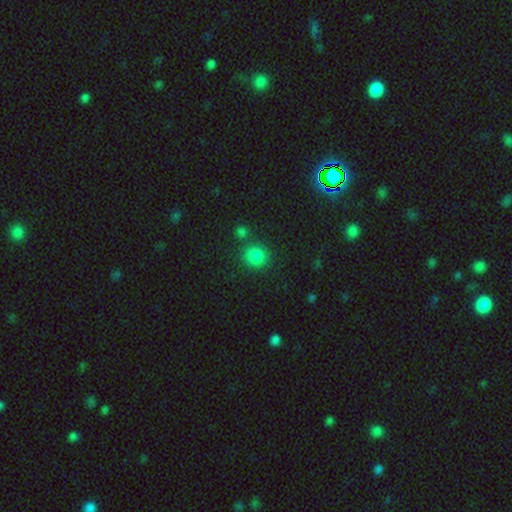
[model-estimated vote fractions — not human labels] Q: Smooth or featured?
A: smooth (83%); runner-up: star or artifact (14%)
Q: How rounded?
A: round (88%); runner-up: in between (11%)
Q: Merging?
A: none (78%); runner-up: merger (10%)